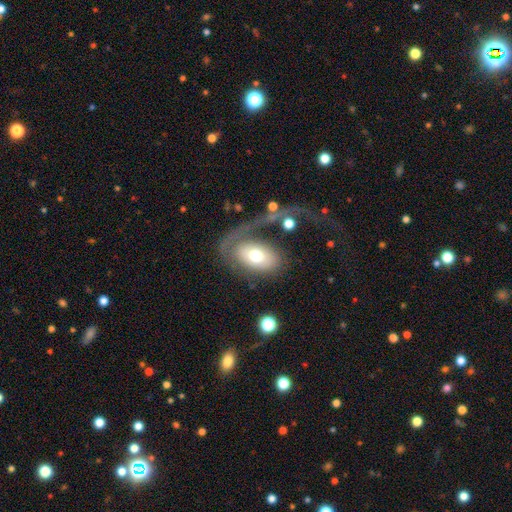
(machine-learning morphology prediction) type=smooth (57%); roundness=in between (83%); merging=major disturbance (44%).